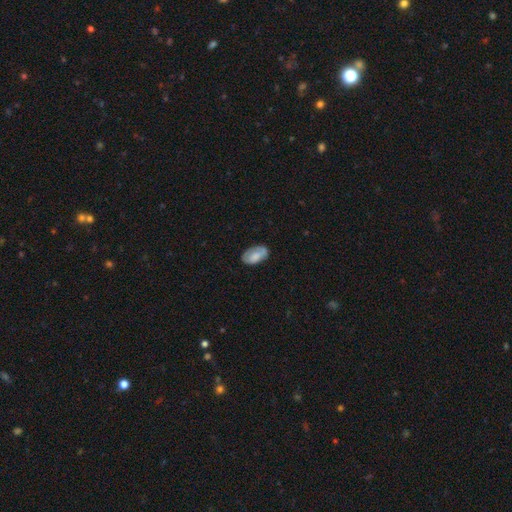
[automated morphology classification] This is likely a smooth galaxy (62%). How rounded: clearly in between (94%). Merging: likely none (73%).